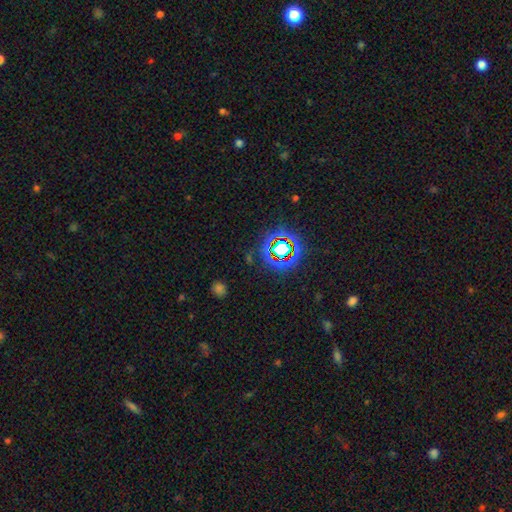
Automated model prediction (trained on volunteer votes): smooth_or_featured: star or artifact (p=0.74) [alt: smooth p=0.16]